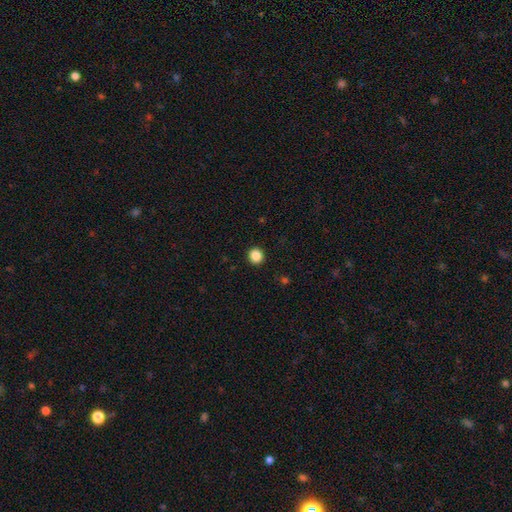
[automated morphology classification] Smooth or featured: smooth — 87% (star or artifact — 10%)
How rounded: round — 90% (in between — 9%)
Merging: none — 93% (minor disturbance — 5%)